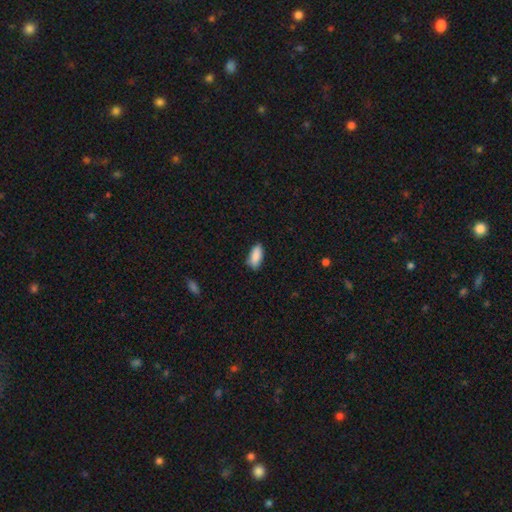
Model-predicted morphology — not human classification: Smooth or featured?
  - smooth: 89% *
  - star or artifact: 7%
  - featured or disk: 4%
How rounded?
  - in between: 86% *
  - cigar-shaped: 12%
  - round: 2%
Merging?
  - none: 80% *
  - minor disturbance: 16%
  - major disturbance: 3%
  - merger: 1%